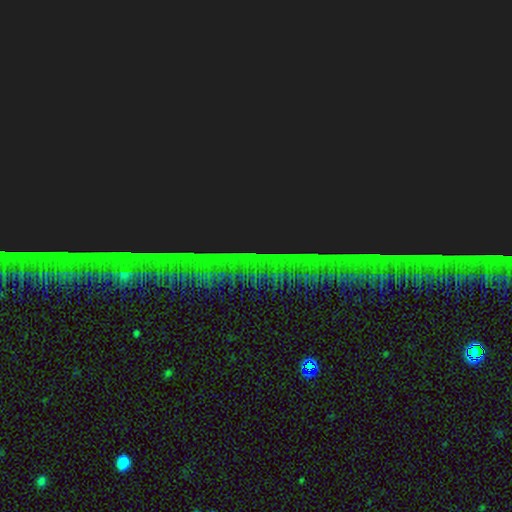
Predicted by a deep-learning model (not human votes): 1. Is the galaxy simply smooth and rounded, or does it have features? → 86% star or artifact, 8% featured or disk, 6% smooth.